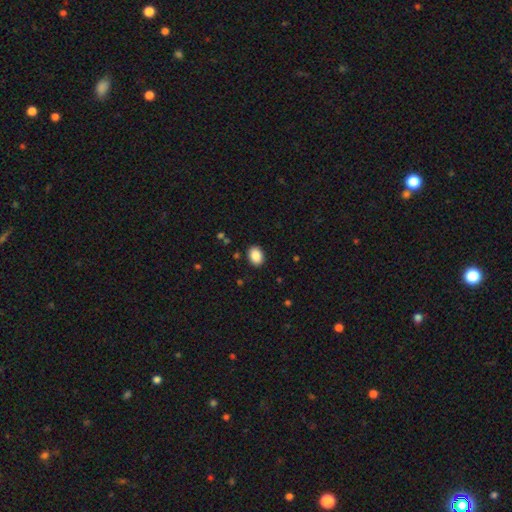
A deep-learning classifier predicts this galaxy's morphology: A smooth galaxy with no disk features (89%) that is in between round and cigar-shaped (72%). Merging: none (89%).